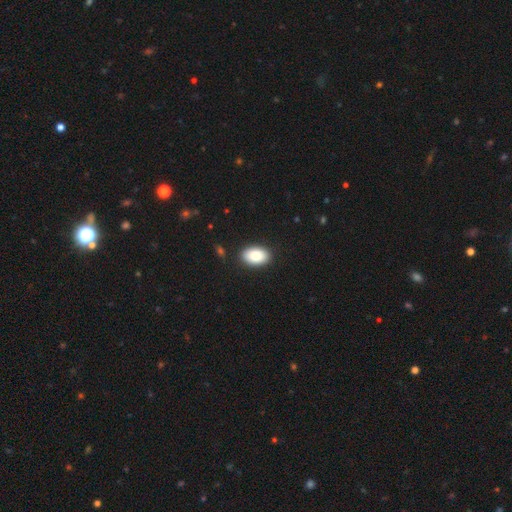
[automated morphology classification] This appears to be a smooth galaxy with no disk features (84%) that is in between round and cigar-shaped (91%). Merging: none (89%).